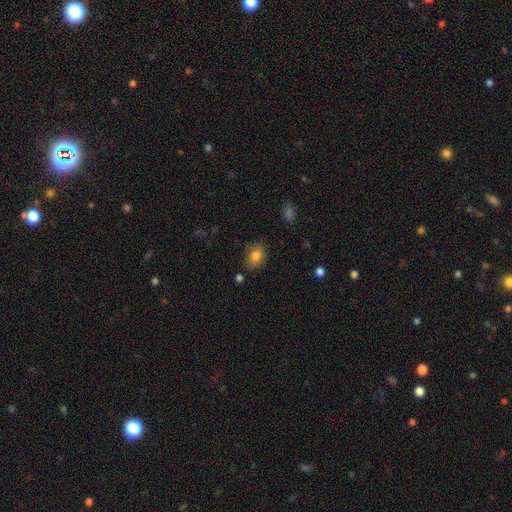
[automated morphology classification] Smooth or featured?
  - smooth: 81% *
  - star or artifact: 10%
  - featured or disk: 9%
How rounded?
  - in between: 74% *
  - round: 24%
  - cigar-shaped: 1%
Merging?
  - none: 77% *
  - minor disturbance: 16%
  - major disturbance: 3%
  - merger: 3%